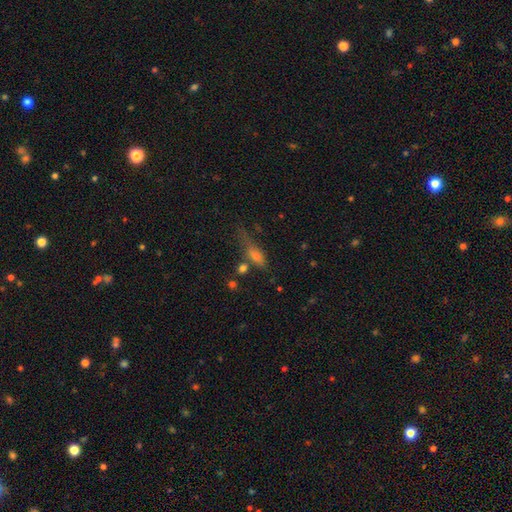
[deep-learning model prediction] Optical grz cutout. It shows a smooth galaxy with no disk features (62%) that is in between round and cigar-shaped (52%). Merging: none (46%).